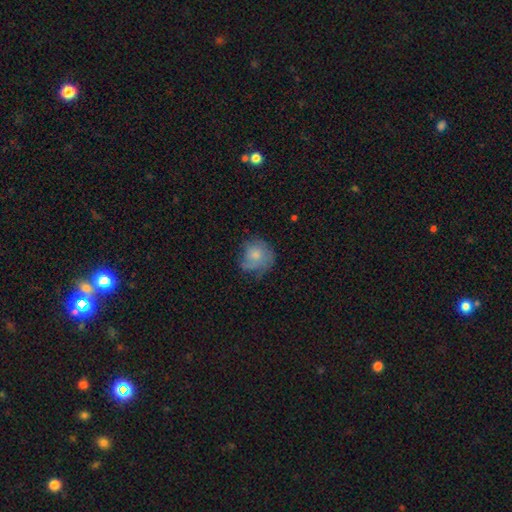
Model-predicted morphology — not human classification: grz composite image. It shows a smooth galaxy with no disk features (66%) that is round (82%). Merging: none (50%).